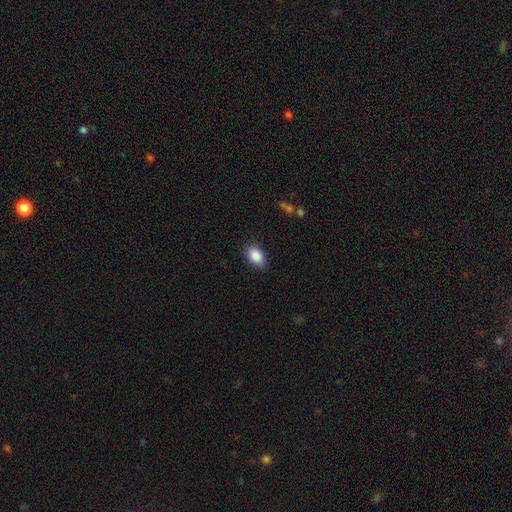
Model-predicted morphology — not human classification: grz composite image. It shows a smooth galaxy with no disk features (88%) that is in between round and cigar-shaped (89%). Merging: none (84%).